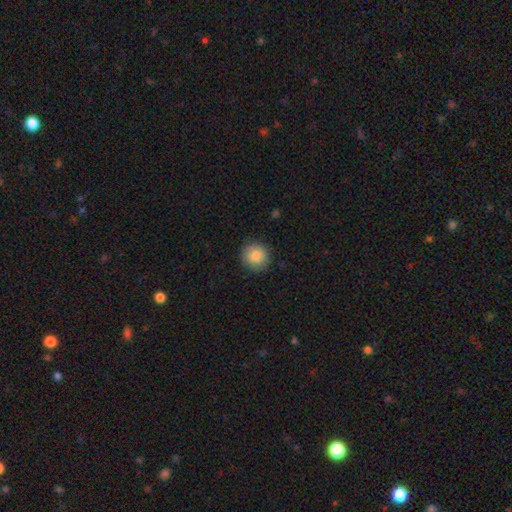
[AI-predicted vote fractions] Smooth or featured? Predicted: smooth (p=0.84). How rounded? Predicted: round (p=0.92). Merging? Predicted: none (p=0.89).